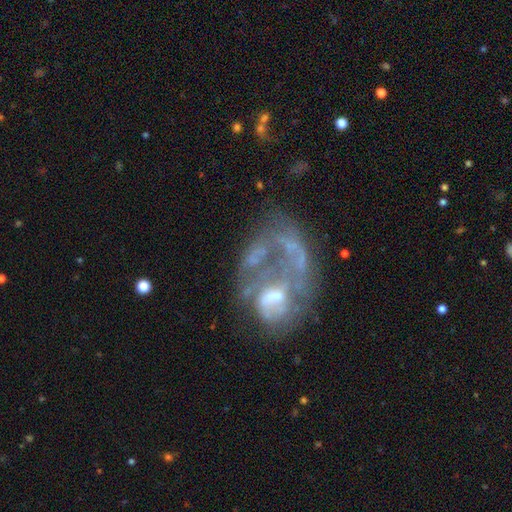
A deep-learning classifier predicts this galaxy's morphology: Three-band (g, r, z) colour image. It shows a featured or disk galaxy (68%) with no bar (69%), no spiral arms (66%) and no central bulge (36%). Merging: major disturbance (42%).